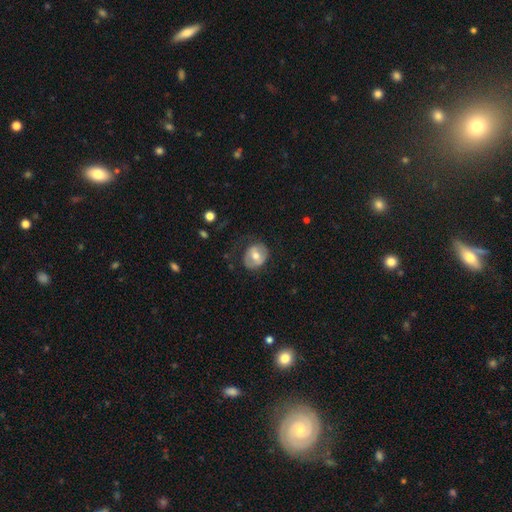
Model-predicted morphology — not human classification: This appears to be a smooth galaxy with no disk features (49%). Merging: none (67%).